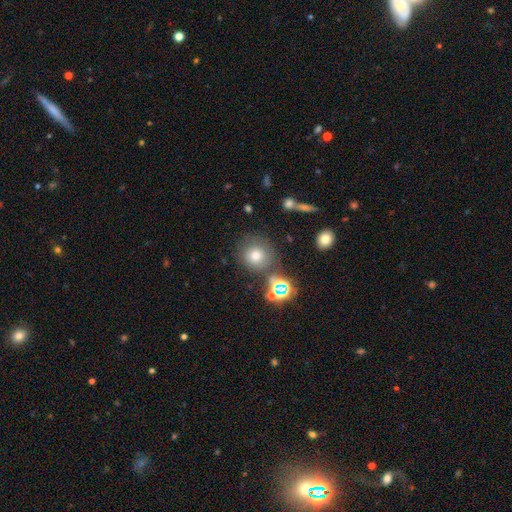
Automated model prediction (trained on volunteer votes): Q: Smooth or featured?
A: smooth (69%); runner-up: star or artifact (20%)
Q: How rounded?
A: round (91%); runner-up: in between (8%)
Q: Merging?
A: none (74%); runner-up: minor disturbance (11%)